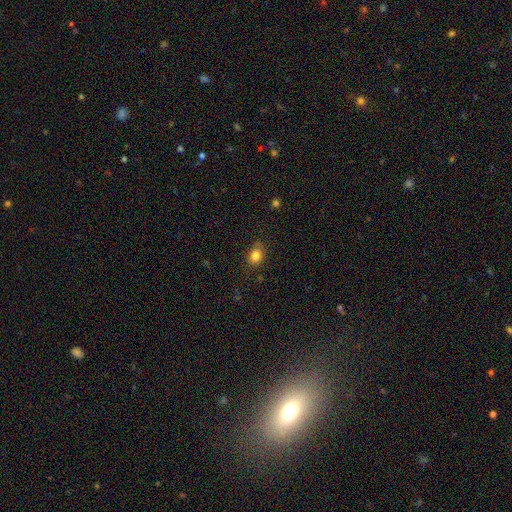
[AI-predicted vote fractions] Q: Smooth or featured?
A: smooth (83%); runner-up: star or artifact (10%)
Q: How rounded?
A: in between (60%); runner-up: round (38%)
Q: Merging?
A: none (79%); runner-up: minor disturbance (16%)